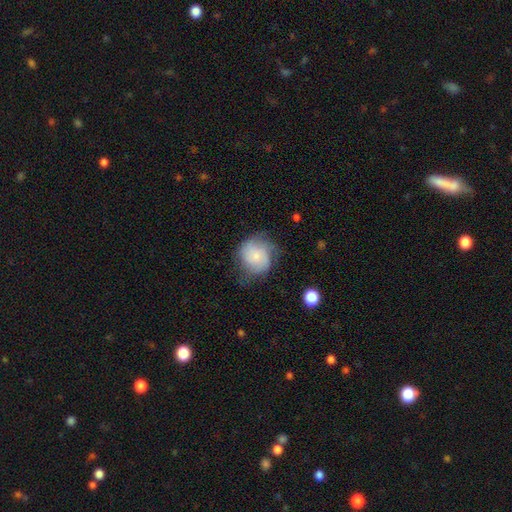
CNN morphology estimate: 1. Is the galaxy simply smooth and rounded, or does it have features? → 51% smooth, 41% featured or disk, 8% star or artifact.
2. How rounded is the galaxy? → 80% round, 19% in between, 1% cigar-shaped.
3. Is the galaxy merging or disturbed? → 52% none, 30% minor disturbance, 16% major disturbance, 2% merger.